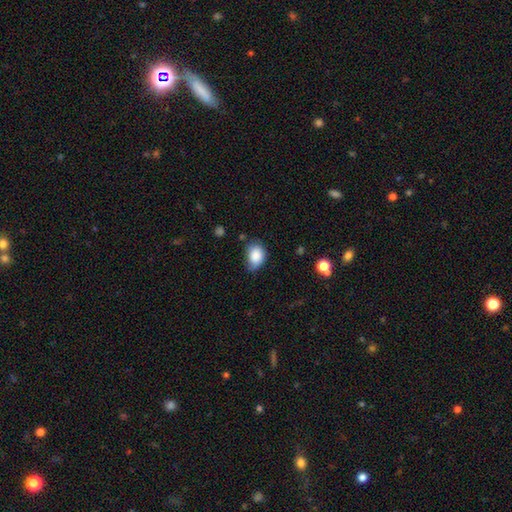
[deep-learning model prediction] The model was most divided on "merging": none: 55%, minor disturbance: 35%, major disturbance: 7%, merger: 3%. More confident: smooth or featured — smooth (86%); how rounded — in between (74%).